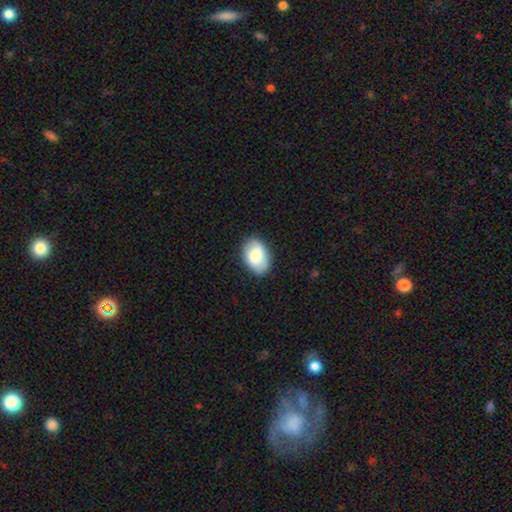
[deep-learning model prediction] Smooth or featured: smooth — 77% (featured or disk — 16%)
How rounded: in between — 88% (round — 11%)
Merging: none — 86% (minor disturbance — 11%)